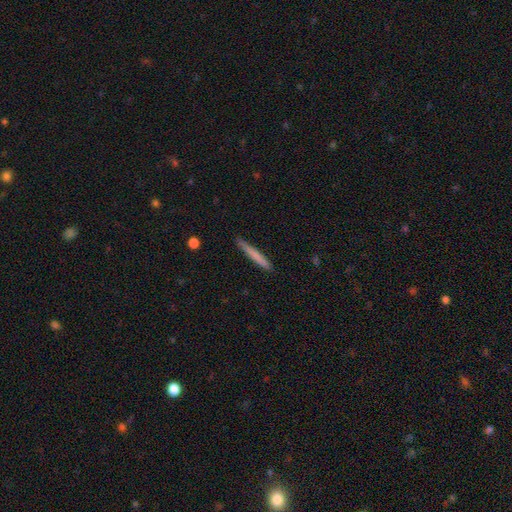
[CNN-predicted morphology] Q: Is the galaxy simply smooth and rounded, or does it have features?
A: smooth — 72%.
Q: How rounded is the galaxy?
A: cigar-shaped — 96%.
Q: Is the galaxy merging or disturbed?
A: none — 87%.